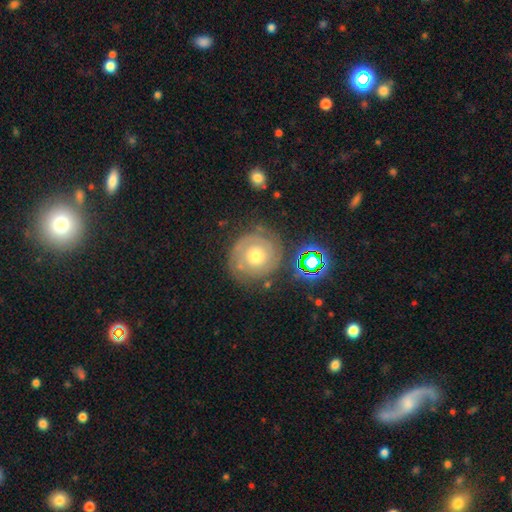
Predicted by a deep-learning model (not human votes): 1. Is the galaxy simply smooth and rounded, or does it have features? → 71% featured or disk, 19% smooth, 10% star or artifact.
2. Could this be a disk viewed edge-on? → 97% no, 3% yes.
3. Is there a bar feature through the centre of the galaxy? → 83% no, 14% weak, 3% strong.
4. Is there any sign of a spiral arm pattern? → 88% yes, 12% no.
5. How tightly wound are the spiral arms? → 78% tight, 17% medium, 5% loose.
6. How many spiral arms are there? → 53% 2, 27% can't tell, 8% 3, 6% 1, 3% 4, 3% more than 4.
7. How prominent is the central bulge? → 58% moderate, 34% small, 5% large, 1% dominant, 1% none.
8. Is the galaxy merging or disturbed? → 76% none, 14% minor disturbance, 6% major disturbance, 4% merger.